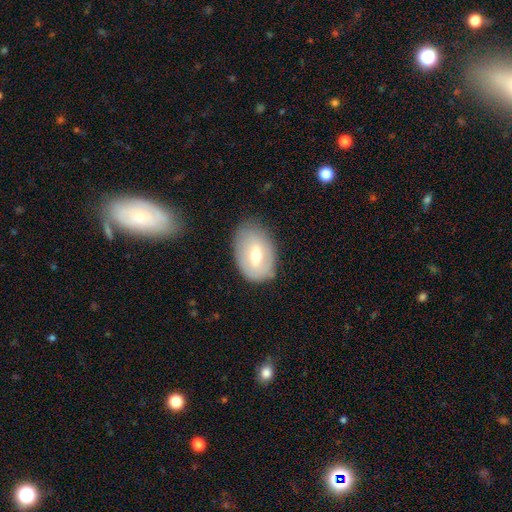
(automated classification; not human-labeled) The model was most divided on "smooth or featured": smooth: 54%, featured or disk: 39%, star or artifact: 7%. More confident: how rounded — in between (83%); merging — none (73%).